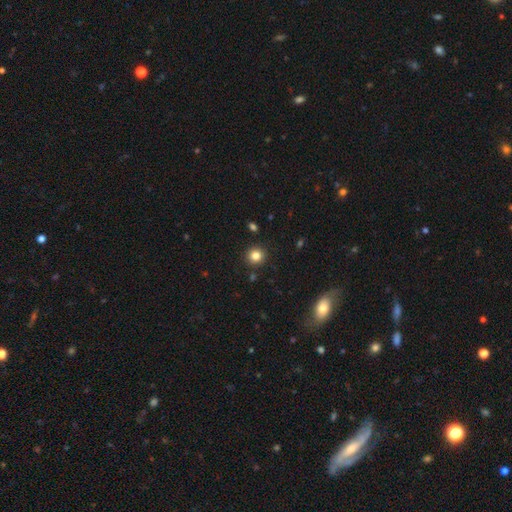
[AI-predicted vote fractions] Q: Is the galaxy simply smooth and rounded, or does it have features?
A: smooth — 83%.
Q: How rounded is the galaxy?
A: round — 92%.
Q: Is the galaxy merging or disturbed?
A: none — 91%.